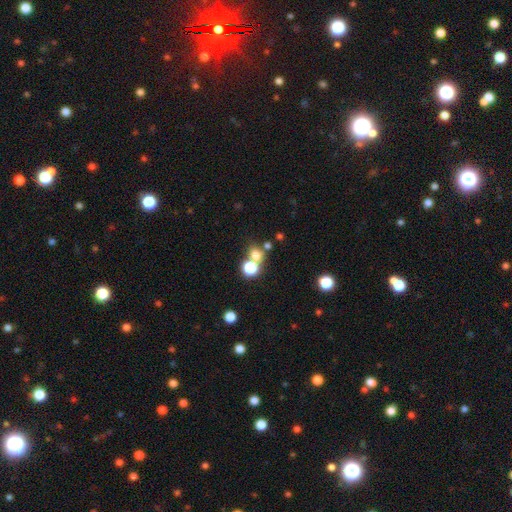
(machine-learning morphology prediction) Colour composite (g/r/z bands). It shows a smooth galaxy with no disk features (65%) that is round (78%). Merging: none (57%).